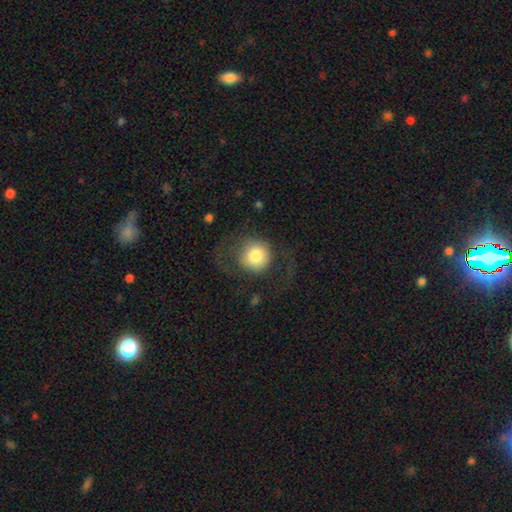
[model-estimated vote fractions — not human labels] Smooth or featured? Predicted: smooth (p=0.70). How rounded? Predicted: round (p=0.91). Merging? Predicted: none (p=0.53).